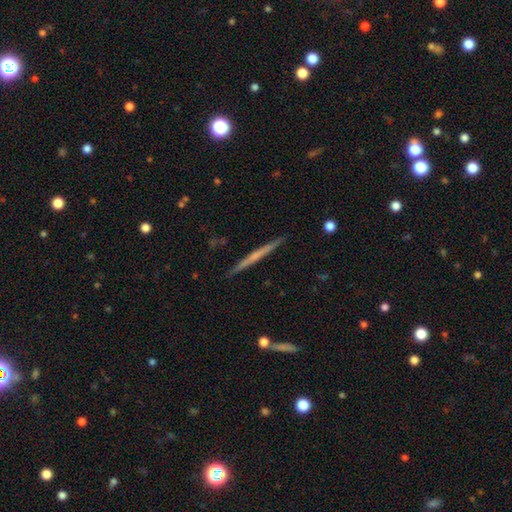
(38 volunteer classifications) Volunteers were most divided on "smooth or featured": featured or disk: 66%, smooth: 29%, star or artifact: 5%. More confident: edge-on disk — yes (100%); merging — none (94%); edge-on bulge — none (76%).